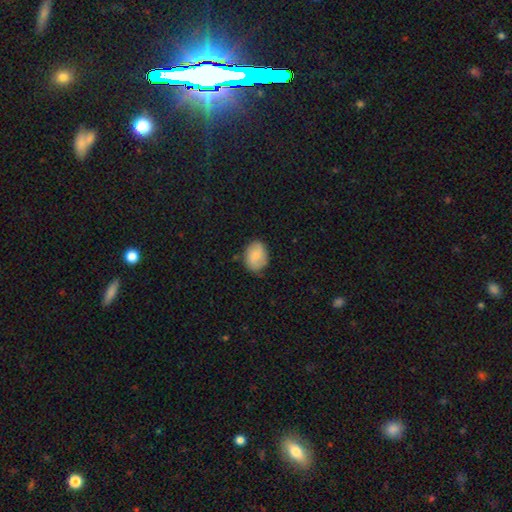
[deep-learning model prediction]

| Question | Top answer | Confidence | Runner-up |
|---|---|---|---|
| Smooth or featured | smooth | 75% | featured or disk (17%) |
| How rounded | in between | 67% | round (32%) |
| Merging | none | 71% | minor disturbance (22%) |